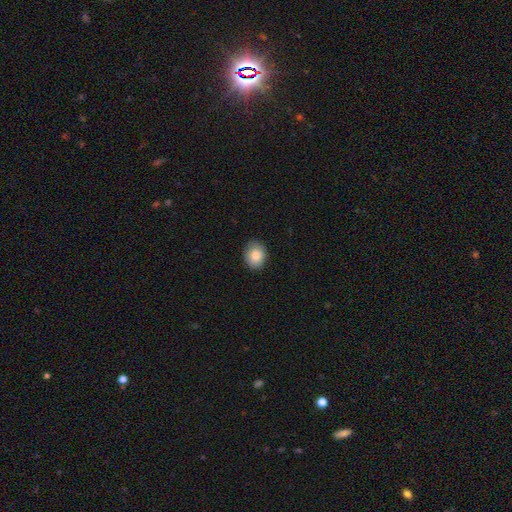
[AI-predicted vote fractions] This appears to be a smooth galaxy with no disk features (85%) that is in between round and cigar-shaped (52%). Merging: none (86%).